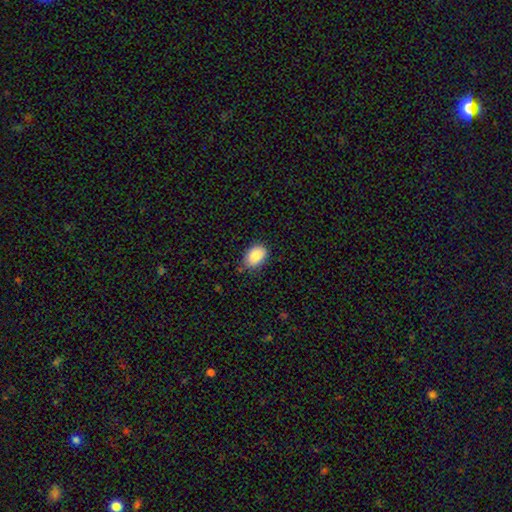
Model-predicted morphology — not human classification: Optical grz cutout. It shows a smooth galaxy with no disk features (89%) that is in between round and cigar-shaped (82%). Merging: none (80%).